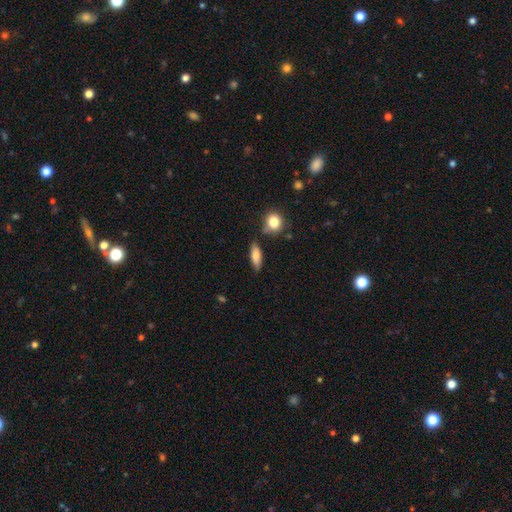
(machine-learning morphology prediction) A smooth galaxy with no disk features (78%) that is in between round and cigar-shaped (63%).

Vote fractions:
- Smooth or featured? smooth: 78% / featured or disk: 15% / star or artifact: 7%
- How rounded? in between: 63% / cigar-shaped: 33% / round: 4%
- Merging? none: 74% / minor disturbance: 16% / merger: 6% / major disturbance: 4%